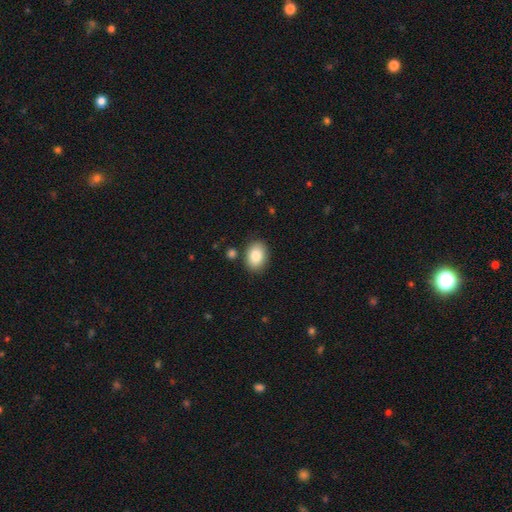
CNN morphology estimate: The model was most divided on "how rounded": in between: 80%, round: 18%, cigar-shaped: 1%. More confident: smooth or featured — smooth (86%); merging — none (84%).